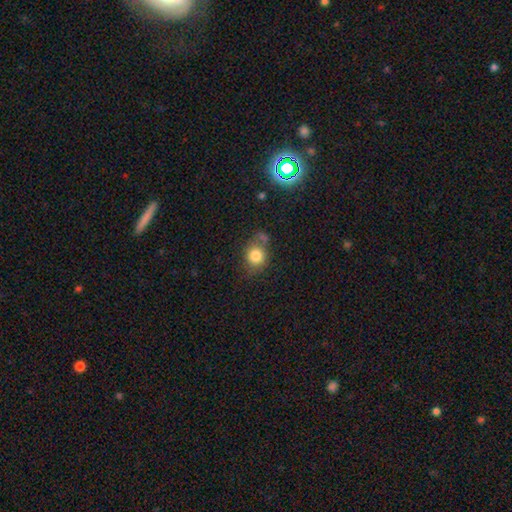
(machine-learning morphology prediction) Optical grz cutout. It shows a smooth galaxy with no disk features (81%) that is round (72%). Merging: none (59%).